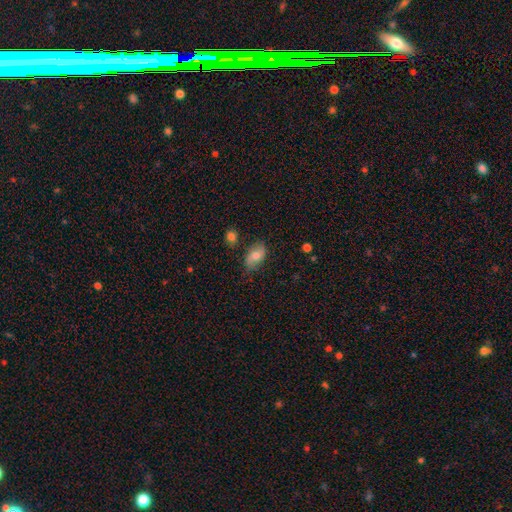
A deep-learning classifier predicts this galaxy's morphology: This is likely a smooth galaxy (65%). How rounded: clearly in between (89%). Merging: likely none (74%).